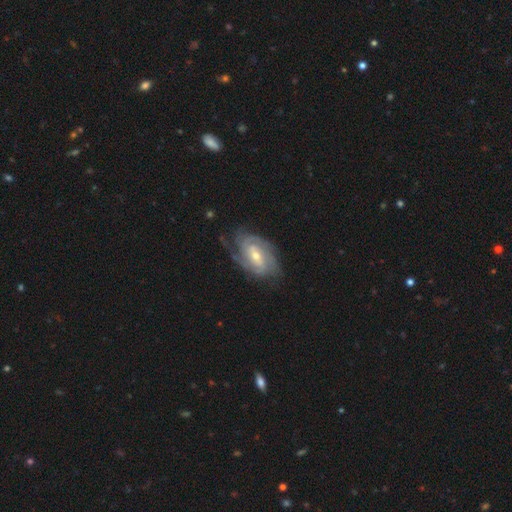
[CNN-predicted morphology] A featured or disk galaxy (87%) with a weak bar (48%), 2 (31%) tight (61%) spiral arms (96%) and a moderate central bulge (52%).

Vote fractions:
- Smooth or featured? featured or disk: 87% / smooth: 9% / star or artifact: 5%
- Edge-on disk? no: 96% / yes: 4%
- Bar? weak: 48% / no: 30% / strong: 22%
- Spiral arms? yes: 96% / no: 4%
- Spiral winding? tight: 61% / medium: 31% / loose: 8%
- Spiral arm count? 2: 31% / 3: 26% / can't tell: 24% / 4: 10% / 1: 5% / more than 4: 4%
- Bulge size? moderate: 52% / small: 44% / large: 2% / none: 1% / dominant: 1%
- Merging? none: 70% / minor disturbance: 20% / major disturbance: 9% / merger: 1%